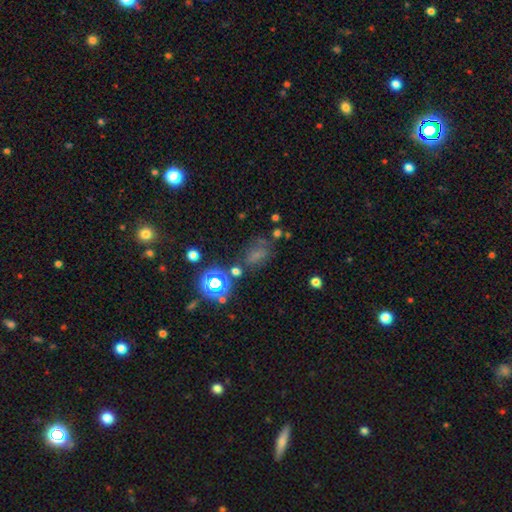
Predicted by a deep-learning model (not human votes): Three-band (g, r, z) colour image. It shows a smooth galaxy with no disk features (54%) that is in between round and cigar-shaped (66%). Merging: none (55%).